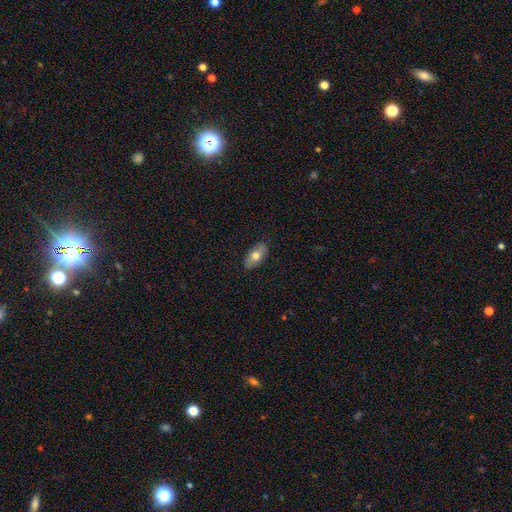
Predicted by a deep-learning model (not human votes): Q: Smooth or featured?
A: smooth (67%); runner-up: featured or disk (26%)
Q: How rounded?
A: in between (92%); runner-up: round (4%)
Q: Merging?
A: none (87%); runner-up: minor disturbance (10%)